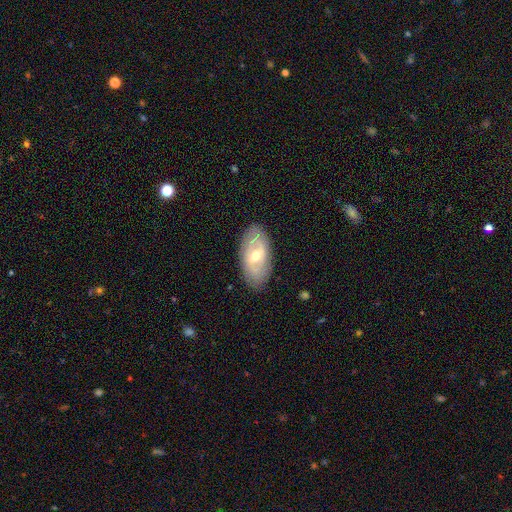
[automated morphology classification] A featured or disk galaxy (68%) with a weak bar (45%), spiral arms (59%) and a moderate central bulge (67%).

Vote fractions:
- Smooth or featured? featured or disk: 68% / smooth: 26% / star or artifact: 6%
- Edge-on disk? no: 90% / yes: 10%
- Bar? weak: 45% / no: 34% / strong: 21%
- Spiral arms? yes: 59% / no: 41%
- Bulge size? moderate: 67% / small: 28% / large: 3% / none: 1% / dominant: 1%
- Merging? none: 82% / minor disturbance: 13% / major disturbance: 3% / merger: 1%